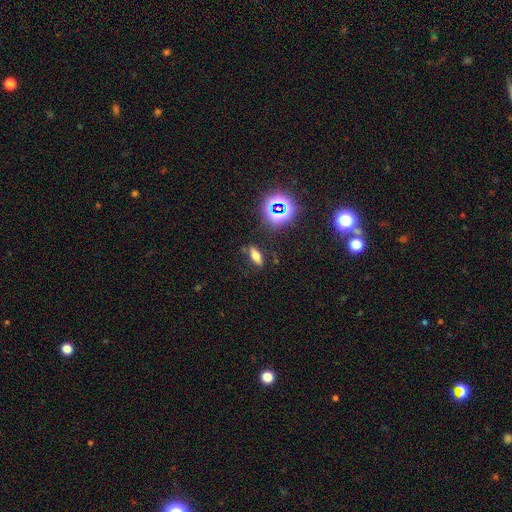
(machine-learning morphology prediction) Q: Smooth or featured?
A: smooth (58%); runner-up: star or artifact (22%)
Q: How rounded?
A: in between (59%); runner-up: cigar-shaped (33%)
Q: Merging?
A: none (82%); runner-up: minor disturbance (12%)